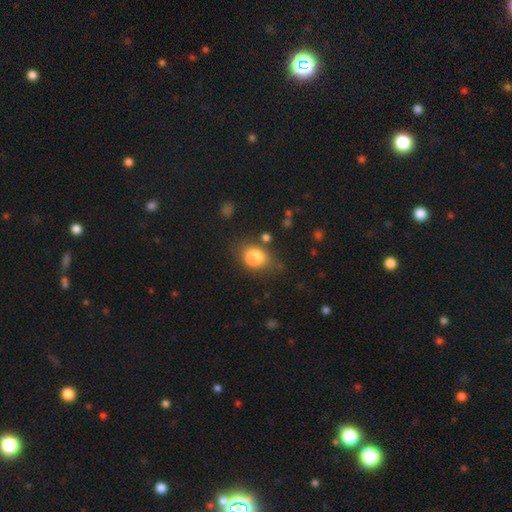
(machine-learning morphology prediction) type=smooth (78%); roundness=in between (57%); merging=none (60%).